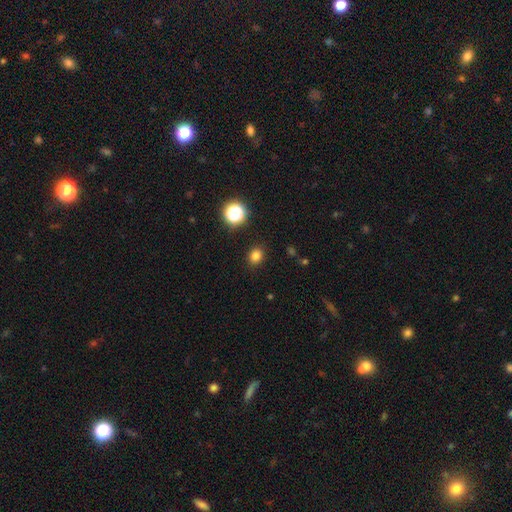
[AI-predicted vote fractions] smooth_or_featured: smooth (p=0.80) [alt: star or artifact p=0.15]
how_rounded: round (p=0.61) [alt: in between p=0.39]
merging: none (p=0.89) [alt: minor disturbance p=0.07]